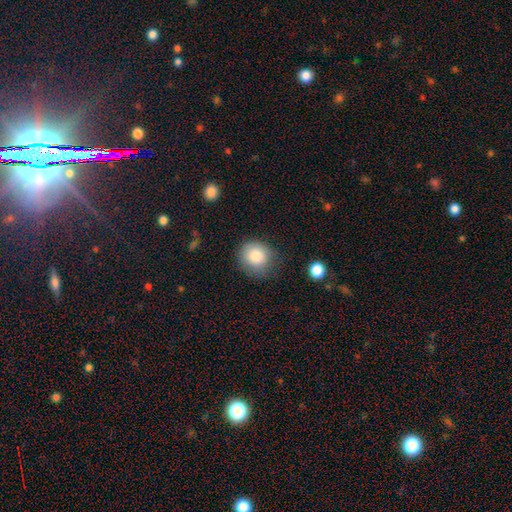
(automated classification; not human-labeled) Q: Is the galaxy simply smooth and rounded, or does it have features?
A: smooth — 84%.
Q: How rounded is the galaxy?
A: round — 81%.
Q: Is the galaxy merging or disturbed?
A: none — 71%.